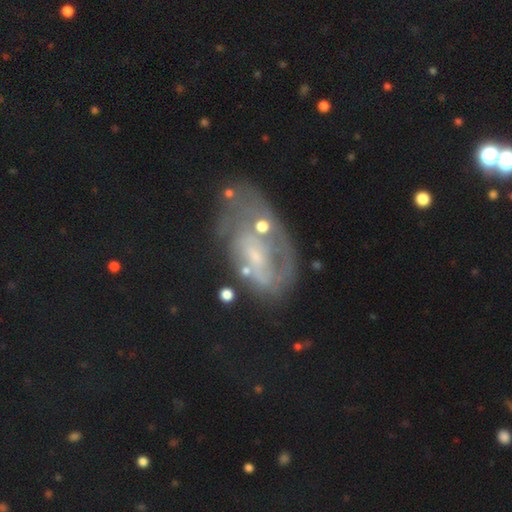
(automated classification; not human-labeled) A featured or disk galaxy (69%) with no bar (57%), spiral arms (62%) and a small central bulge (57%). Merging: none (45%).